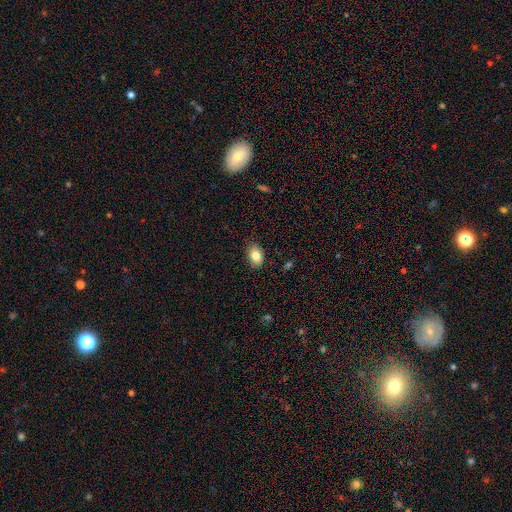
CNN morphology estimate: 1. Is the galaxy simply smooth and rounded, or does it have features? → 83% smooth, 8% star or artifact, 8% featured or disk.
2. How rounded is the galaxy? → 81% in between, 17% round, 1% cigar-shaped.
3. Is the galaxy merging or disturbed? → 86% none, 11% minor disturbance, 2% major disturbance, 1% merger.